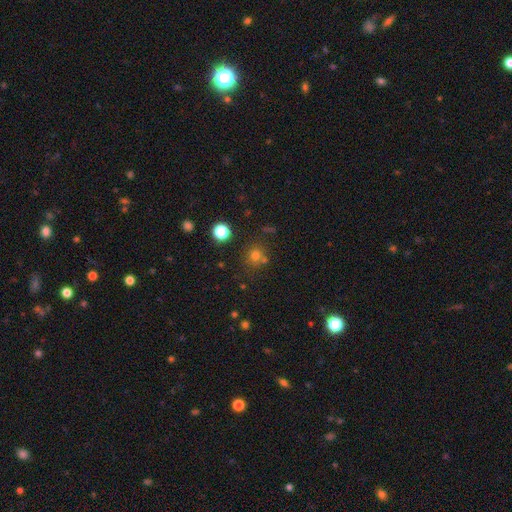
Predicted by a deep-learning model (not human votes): Morphology: type=smooth (71%); roundness=round (88%); merging=none (71%).